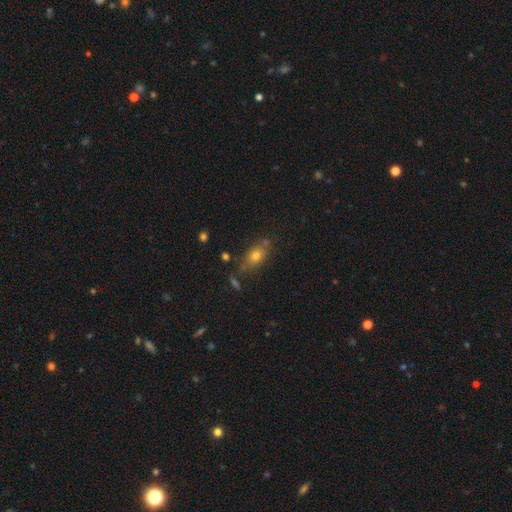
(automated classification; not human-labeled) Overall: smooth (72%). How rounded: in between (71%). Merging: none (67%).